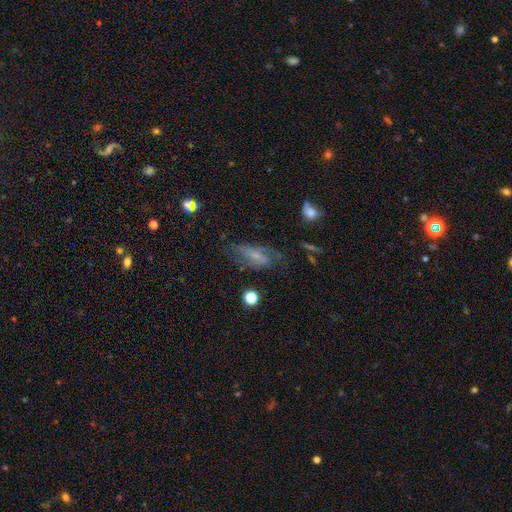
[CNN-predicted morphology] The model was most divided on "bar" (2-way tie): weak: 43%, no: 43%, strong: 14%. Remaining: edge-on disk — no (92%); spiral arms — yes (85%); smooth or featured — featured or disk (66%); bulge size — small (59%); merging — none (58%); spiral arm count — 2 (53%); spiral winding — medium (44%).